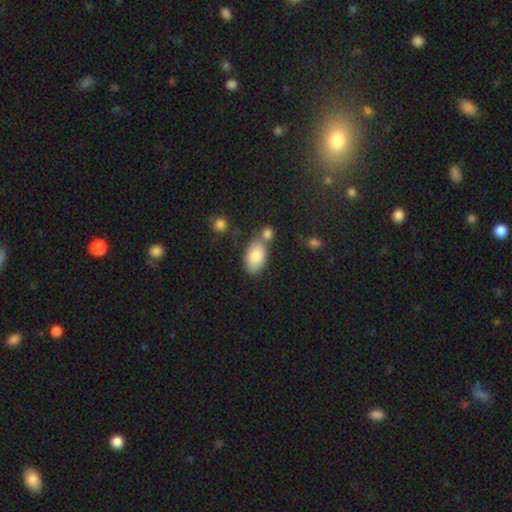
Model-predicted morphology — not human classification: smooth-or-featured: smooth: 81% | featured or disk: 12% | star or artifact: 7%
  how-rounded: in between: 93% | round: 5% | cigar-shaped: 2%
  merging: none: 59% | merger: 22% | minor disturbance: 15% | major disturbance: 4%